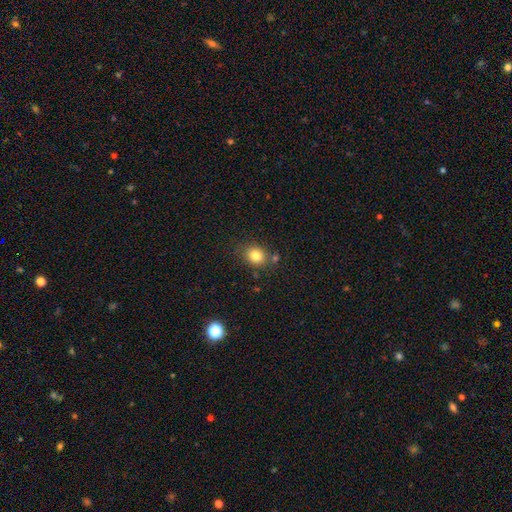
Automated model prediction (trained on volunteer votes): Q: Smooth or featured?
A: smooth (82%); runner-up: star or artifact (11%)
Q: How rounded?
A: round (65%); runner-up: in between (35%)
Q: Merging?
A: none (74%); runner-up: minor disturbance (13%)